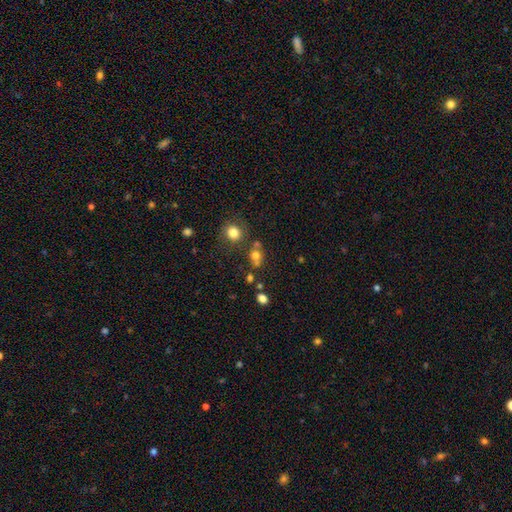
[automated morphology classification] Overall: smooth (72%). How rounded: round (68%; in between 30%). Merging: none (51%; merger 31%).